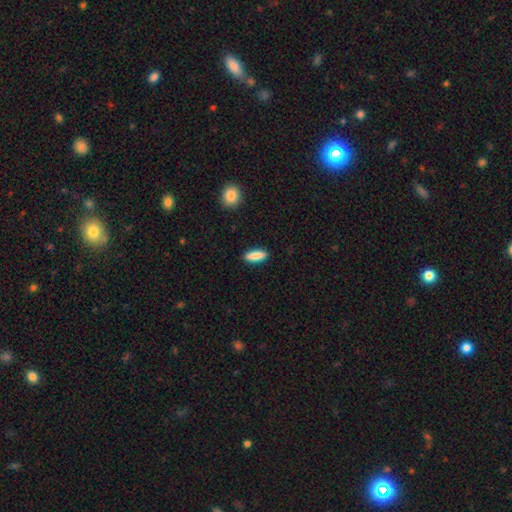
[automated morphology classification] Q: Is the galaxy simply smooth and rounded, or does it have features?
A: smooth — 86%.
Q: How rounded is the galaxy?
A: in between — 58%.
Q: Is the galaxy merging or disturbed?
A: none — 89%.